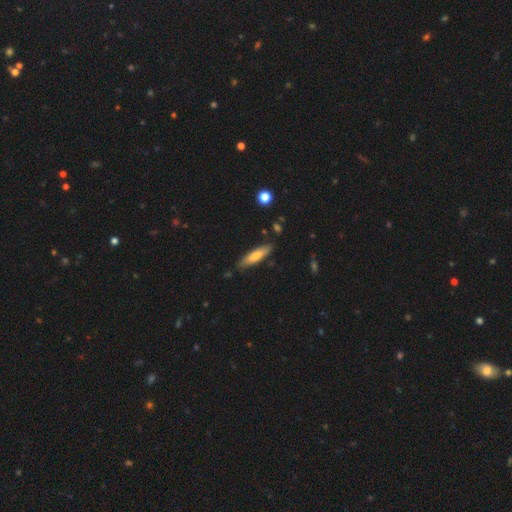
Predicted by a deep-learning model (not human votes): Smooth or featured? Predicted: smooth (p=0.65). How rounded? Predicted: cigar-shaped (p=0.73). Merging? Predicted: none (p=0.84).